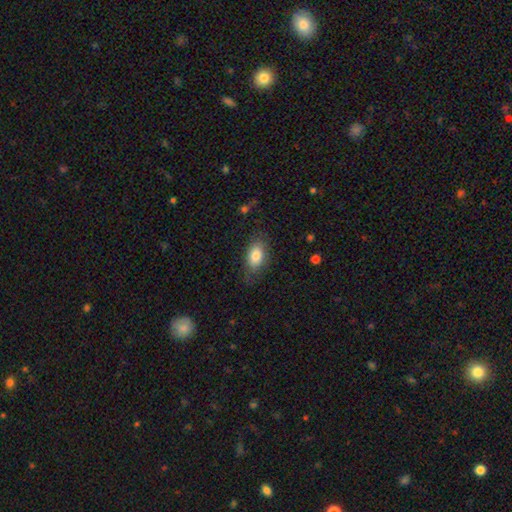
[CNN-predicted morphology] Smooth or featured: smooth — 79% (featured or disk — 14%)
How rounded: in between — 90% (round — 6%)
Merging: none — 70% (minor disturbance — 20%)